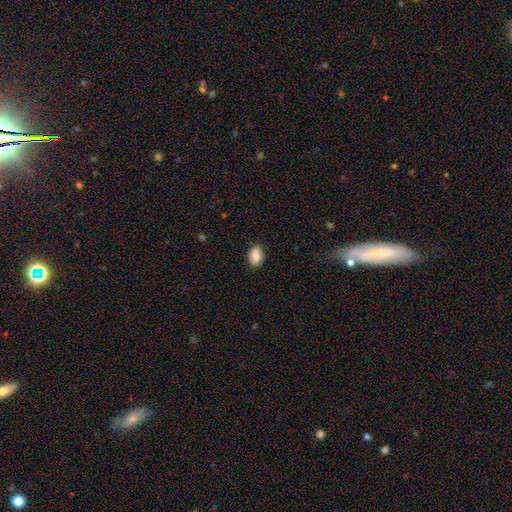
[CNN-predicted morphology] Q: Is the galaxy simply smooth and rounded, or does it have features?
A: smooth — 86%.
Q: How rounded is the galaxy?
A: in between — 86%.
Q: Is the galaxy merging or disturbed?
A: none — 87%.